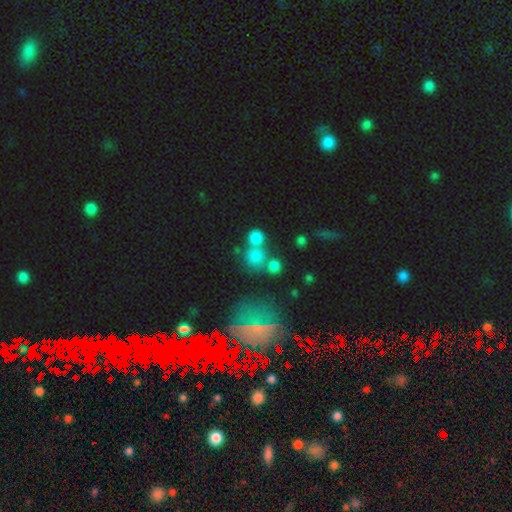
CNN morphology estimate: The model was most divided on "merging": none: 54%, merger: 32%, minor disturbance: 9%, major disturbance: 5%. More confident: how rounded — round (88%); smooth or featured — smooth (74%).